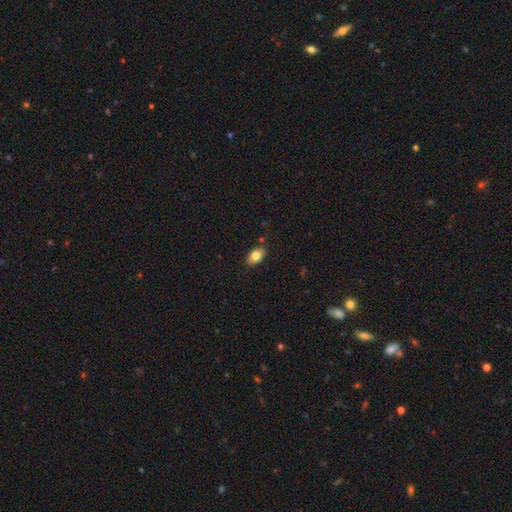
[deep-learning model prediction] smooth 81%, featured or disk 11%, star or artifact 8%. Down the decision tree: how rounded — in between (90%); merging — none (85%).